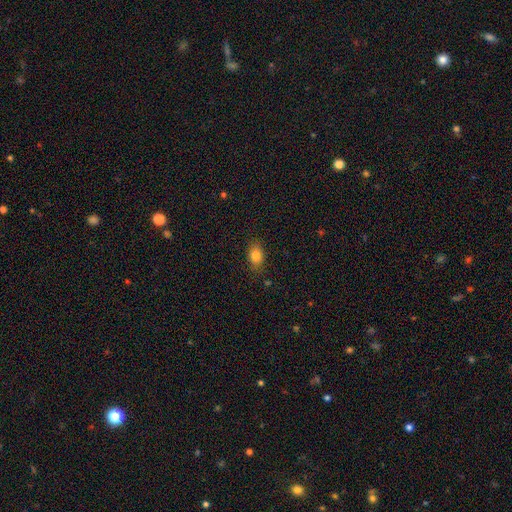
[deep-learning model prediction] smooth 84%, star or artifact 10%, featured or disk 7%. Down the decision tree: how rounded — in between (77%); merging — none (81%).